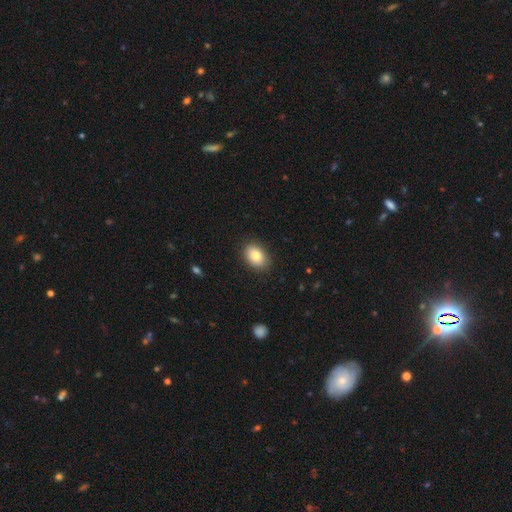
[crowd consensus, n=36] Smooth or featured: smooth — 92% (featured or disk — 8%)
How rounded: in between — 88% (round — 9%)
Merging: none — 78% (minor disturbance — 19%)